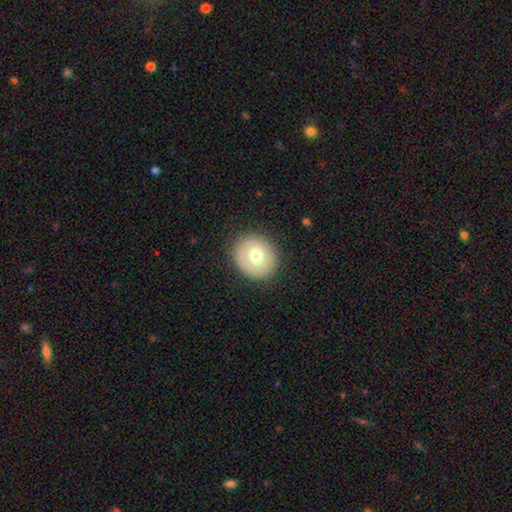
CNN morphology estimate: type=smooth (67%); roundness=round (82%); merging=none (87%).